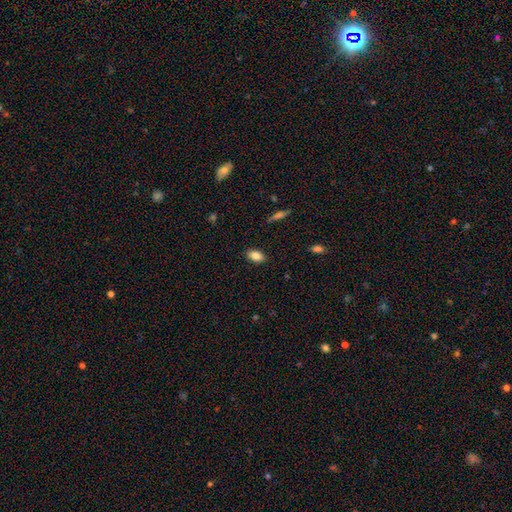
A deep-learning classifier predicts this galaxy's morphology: smooth 84%, star or artifact 8%, featured or disk 7%. Down the decision tree: how rounded — in between (90%); merging — none (88%).